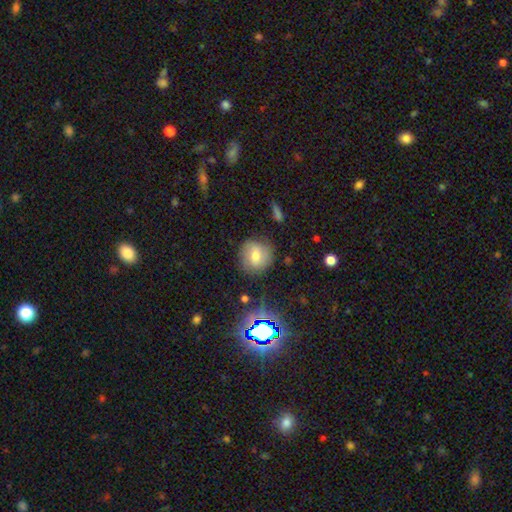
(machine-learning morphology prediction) smooth-or-featured: smooth: 56% | featured or disk: 29% | star or artifact: 15%
  how-rounded: round: 85% | in between: 14% | cigar-shaped: 1%
  merging: none: 78% | minor disturbance: 15% | major disturbance: 5% | merger: 2%